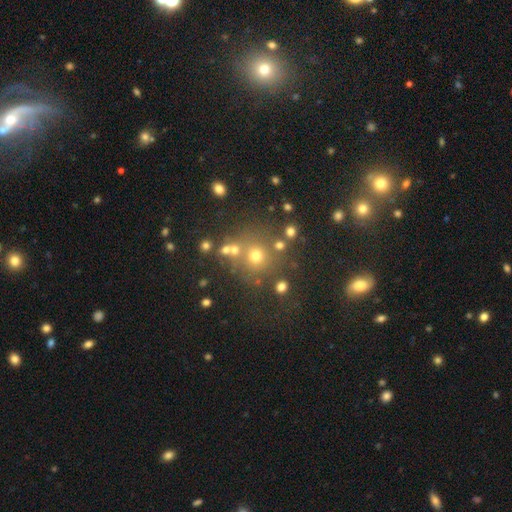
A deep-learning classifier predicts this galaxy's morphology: The model was most divided on "smooth or featured": smooth: 62%, star or artifact: 27%, featured or disk: 12%. More confident: how rounded — round (90%); merging — none (72%).